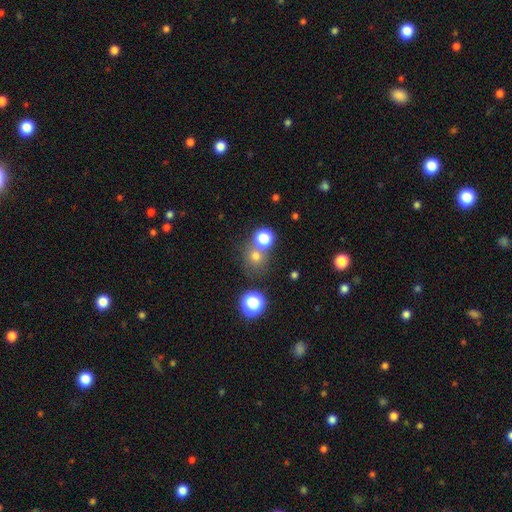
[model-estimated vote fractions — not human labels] smooth_or_featured: smooth (p=0.69) [alt: star or artifact p=0.21]
how_rounded: round (p=0.87) [alt: in between p=0.12]
merging: none (p=0.61) [alt: merger p=0.27]